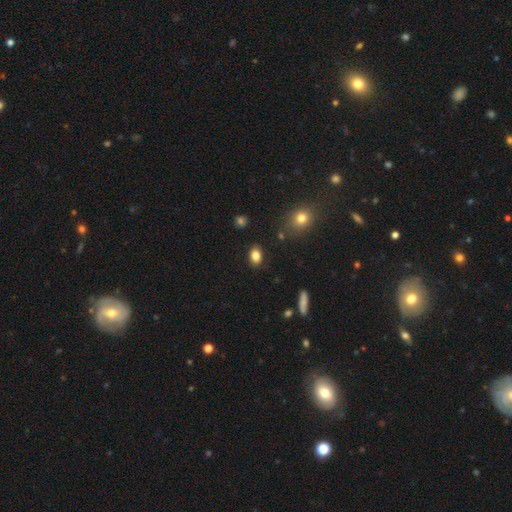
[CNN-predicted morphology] Overall: smooth (84%). How rounded: in between (79%). Merging: none (86%).